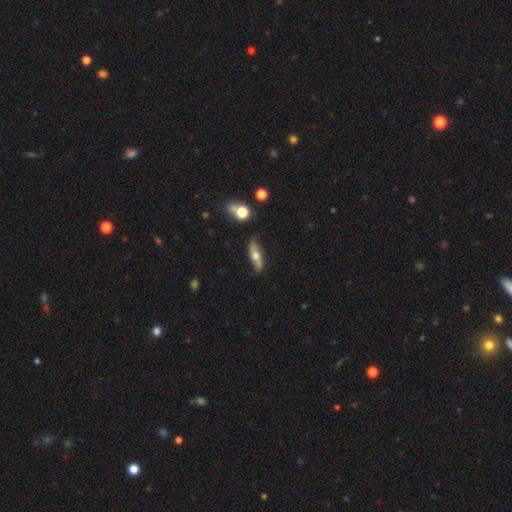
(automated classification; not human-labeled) smooth_or_featured: featured or disk (p=0.57) [alt: smooth p=0.36]
disk_edge_on: yes (p=0.57) [alt: no p=0.43]
merging: none (p=0.76) [alt: minor disturbance p=0.17]